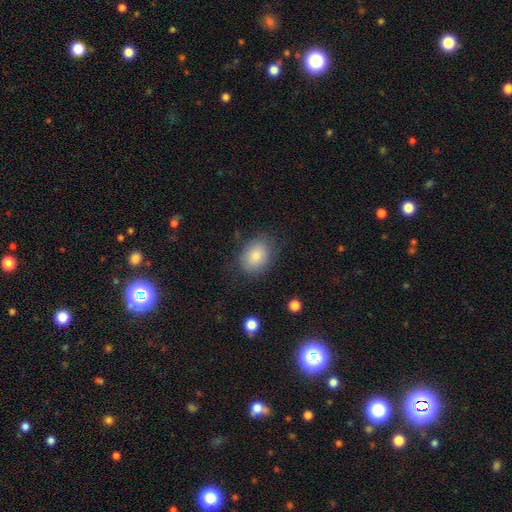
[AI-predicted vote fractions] Smooth or featured? Predicted: smooth (p=0.80). How rounded? Predicted: in between (p=0.67). Merging? Predicted: none (p=0.79).